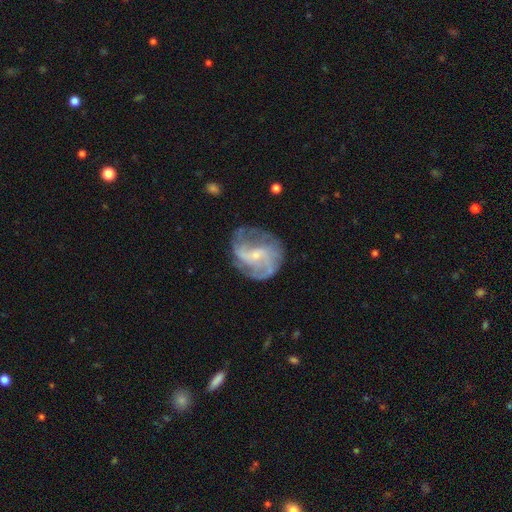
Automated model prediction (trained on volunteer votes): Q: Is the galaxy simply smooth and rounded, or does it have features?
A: featured or disk — 83%.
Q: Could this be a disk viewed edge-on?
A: no — 98%.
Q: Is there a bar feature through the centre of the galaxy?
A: weak — 45%.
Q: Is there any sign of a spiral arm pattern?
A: yes — 93%.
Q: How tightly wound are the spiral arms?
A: medium — 47%.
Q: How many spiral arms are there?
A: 2 — 49%.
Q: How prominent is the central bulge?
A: small — 71%.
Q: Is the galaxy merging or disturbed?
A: none — 65%.